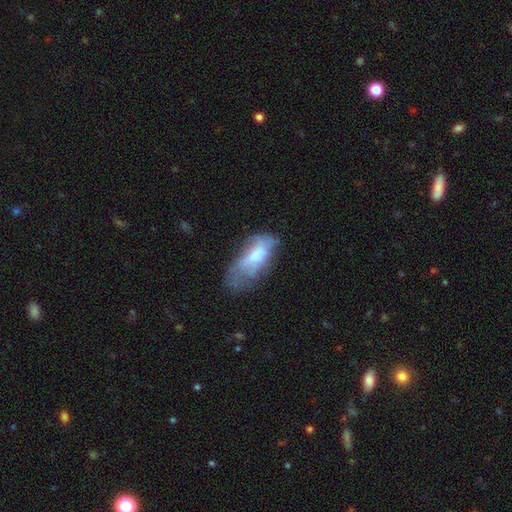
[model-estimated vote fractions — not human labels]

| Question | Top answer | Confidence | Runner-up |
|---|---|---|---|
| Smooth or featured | smooth | 56% | featured or disk (35%) |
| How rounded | in between | 83% | cigar-shaped (14%) |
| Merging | major disturbance | 37% | minor disturbance (30%) |